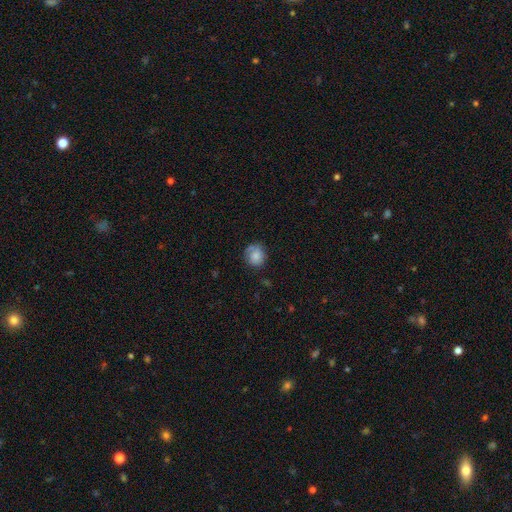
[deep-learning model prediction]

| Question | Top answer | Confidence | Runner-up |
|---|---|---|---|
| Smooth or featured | smooth | 76% | featured or disk (15%) |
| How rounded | round | 79% | in between (20%) |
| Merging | none | 68% | minor disturbance (22%) |